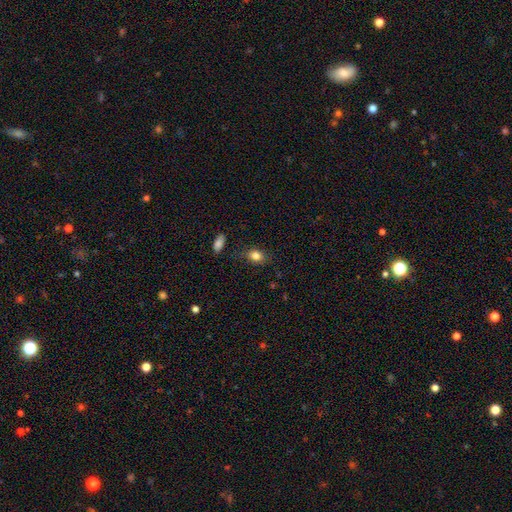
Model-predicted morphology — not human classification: Smooth or featured: smooth — 83% (star or artifact — 10%)
How rounded: in between — 68% (round — 30%)
Merging: none — 79% (minor disturbance — 15%)